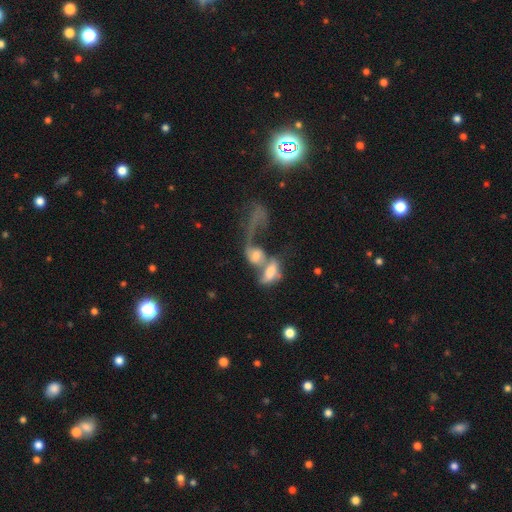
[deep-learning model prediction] A featured or disk galaxy (50%).

Vote fractions:
- Smooth or featured? featured or disk: 50% / smooth: 39% / star or artifact: 10%
- Edge-on disk? no: 91% / yes: 9%
- Merging? merger: 73% / major disturbance: 15% / none: 8% / minor disturbance: 4%